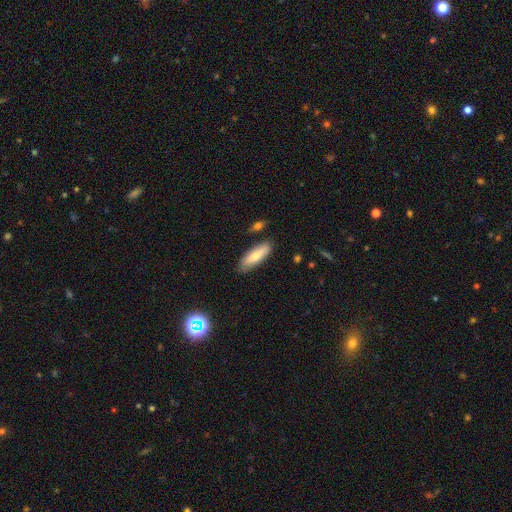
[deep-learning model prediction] The model was most divided on "how rounded": cigar-shaped: 50%, in between: 48%, round: 2%. More confident: merging — none (81%); smooth or featured — smooth (70%).